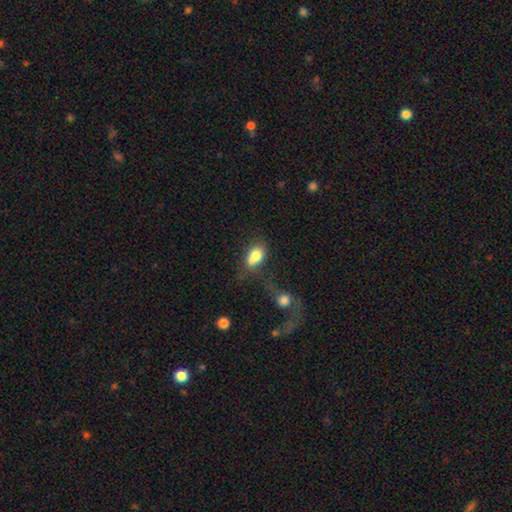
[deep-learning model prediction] This appears to be a smooth galaxy with no disk features (77%) that is in between round and cigar-shaped (78%). Merging: none (33%, tied with merger).